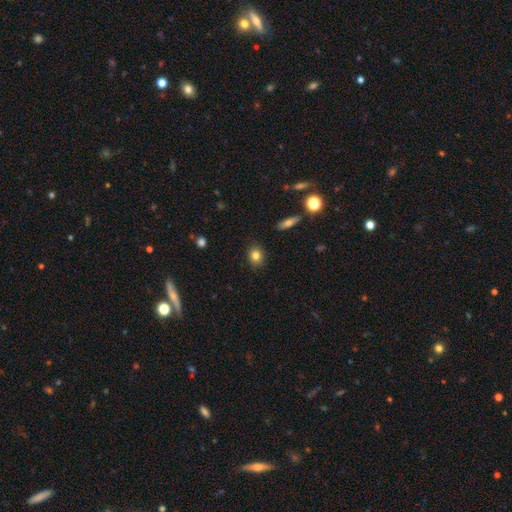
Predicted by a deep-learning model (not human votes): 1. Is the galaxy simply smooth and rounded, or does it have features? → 81% smooth, 10% star or artifact, 9% featured or disk.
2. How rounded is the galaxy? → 60% round, 39% in between, 2% cigar-shaped.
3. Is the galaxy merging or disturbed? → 88% none, 8% minor disturbance, 2% major disturbance, 1% merger.